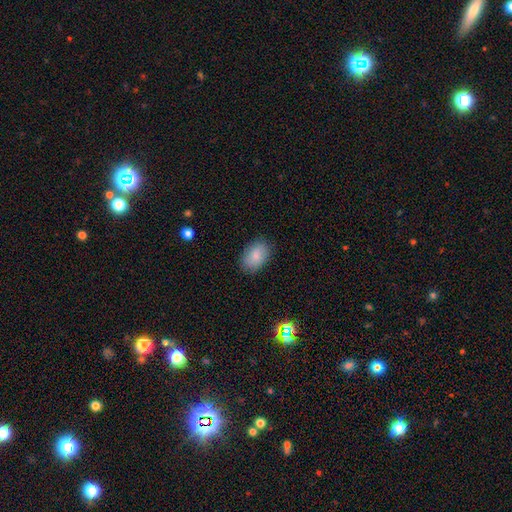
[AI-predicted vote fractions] smooth 84%, featured or disk 9%, star or artifact 7%. Down the decision tree: how rounded — in between (87%); merging — none (85%).